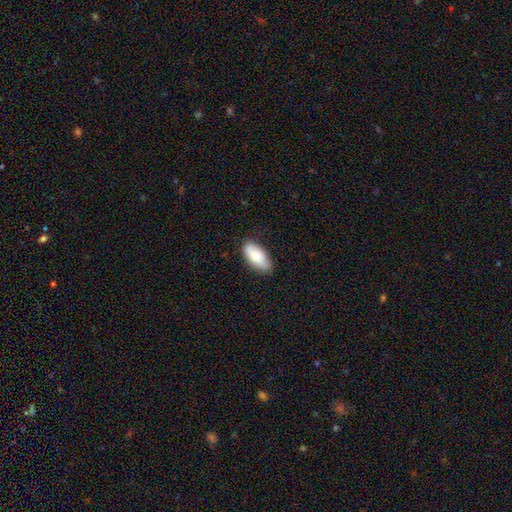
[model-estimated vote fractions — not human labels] Smooth or featured?
  - smooth: 79% *
  - featured or disk: 15%
  - star or artifact: 6%
How rounded?
  - in between: 89% *
  - cigar-shaped: 8%
  - round: 2%
Merging?
  - none: 80% *
  - minor disturbance: 17%
  - major disturbance: 3%
  - merger: 1%